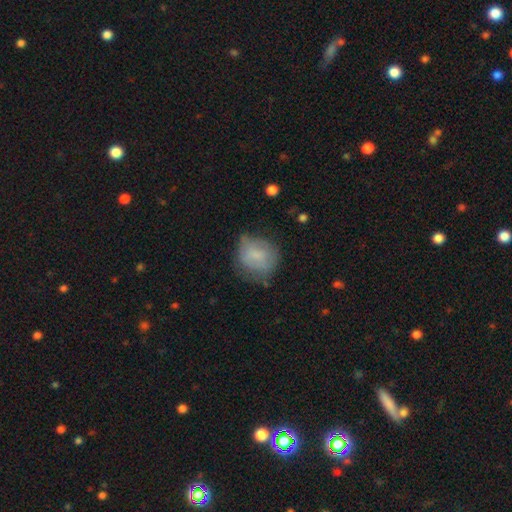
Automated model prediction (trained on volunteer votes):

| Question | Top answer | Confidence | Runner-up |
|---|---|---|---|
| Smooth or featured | smooth | 68% | featured or disk (24%) |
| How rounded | round | 69% | in between (30%) |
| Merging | none | 52% | minor disturbance (33%) |